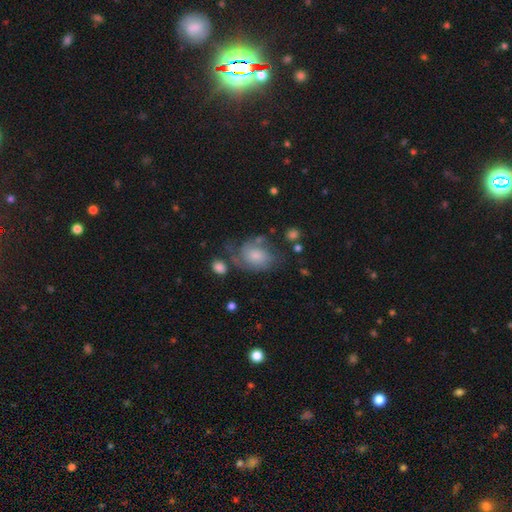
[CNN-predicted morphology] smooth-or-featured: smooth: 47% | featured or disk: 45% | star or artifact: 8%
  merging: none: 41% | minor disturbance: 27% | major disturbance: 24% | merger: 8%